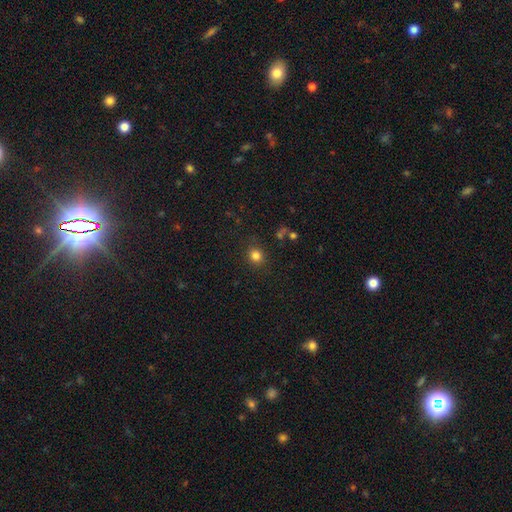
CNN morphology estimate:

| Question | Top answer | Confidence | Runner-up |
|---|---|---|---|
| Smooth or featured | smooth | 82% | star or artifact (13%) |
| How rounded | round | 83% | in between (16%) |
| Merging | none | 86% | minor disturbance (9%) |